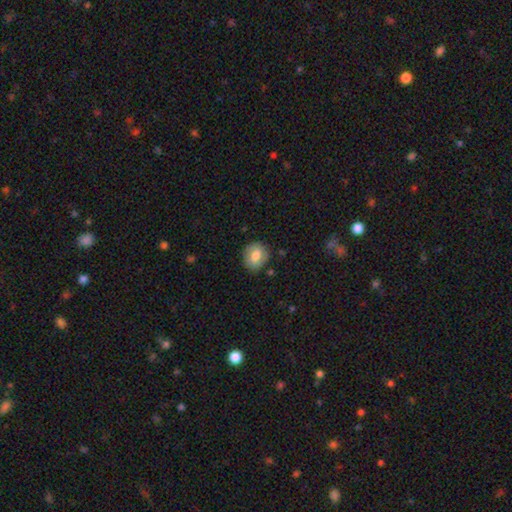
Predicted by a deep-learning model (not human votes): smooth-or-featured: smooth: 65% | featured or disk: 28% | star or artifact: 8%
  how-rounded: round: 64% | in between: 35% | cigar-shaped: 1%
  merging: none: 81% | minor disturbance: 14% | major disturbance: 4% | merger: 1%